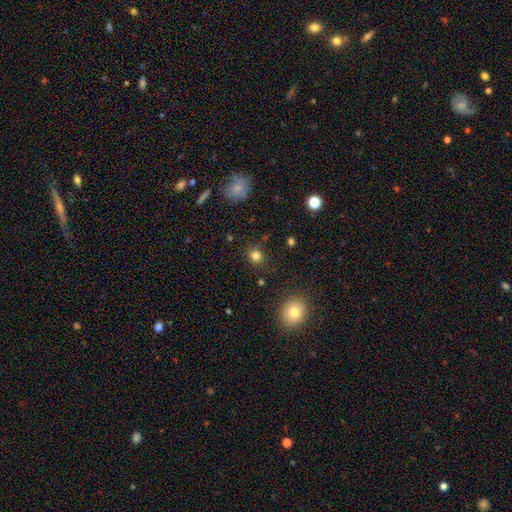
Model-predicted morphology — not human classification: The model was most divided on "smooth or featured": smooth: 81%, star or artifact: 14%, featured or disk: 5%. More confident: how rounded — round (86%); merging — none (86%).